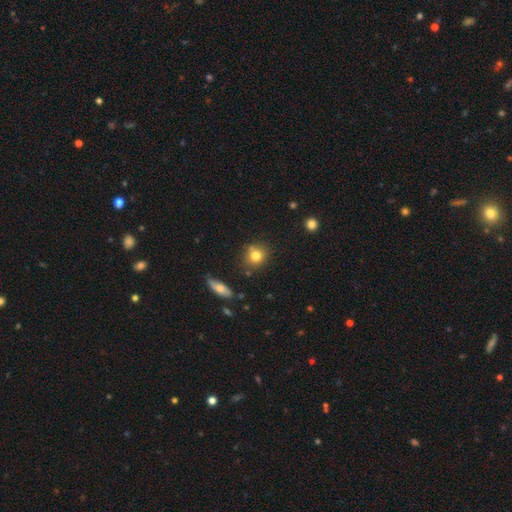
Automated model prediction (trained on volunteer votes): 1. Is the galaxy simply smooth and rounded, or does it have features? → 79% smooth, 11% star or artifact, 10% featured or disk.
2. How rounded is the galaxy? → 78% round, 21% in between, 2% cigar-shaped.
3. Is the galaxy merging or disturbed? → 74% none, 14% minor disturbance, 8% merger, 4% major disturbance.